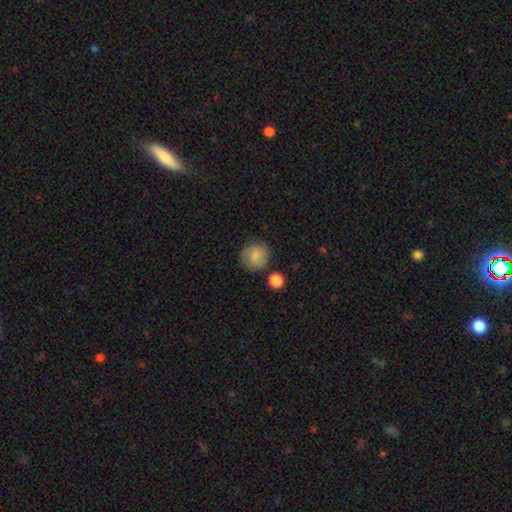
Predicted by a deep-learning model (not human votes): Smooth or featured? smooth (72%)
How rounded? round (87%)
Merging? none (75%)